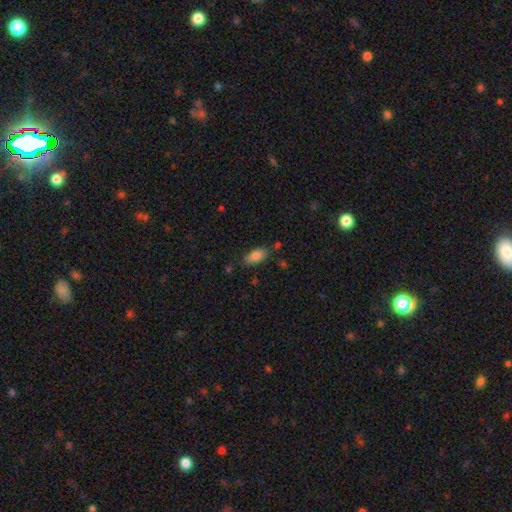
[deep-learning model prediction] A smooth galaxy with no disk features (84%) that is in between round and cigar-shaped (87%). Merging: none (74%).